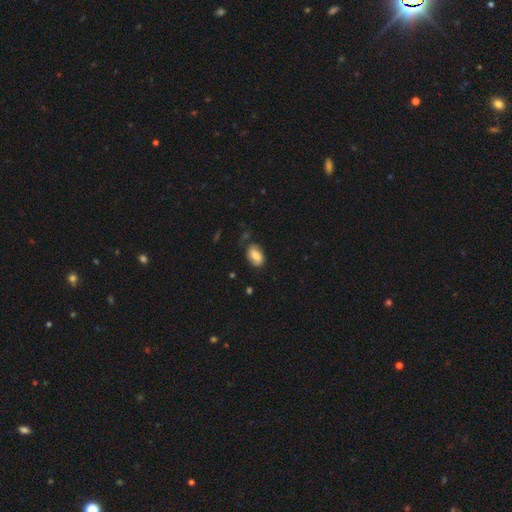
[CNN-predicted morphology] smooth 73%, featured or disk 19%, star or artifact 8%. Down the decision tree: how rounded — in between (88%); merging — none (63%).